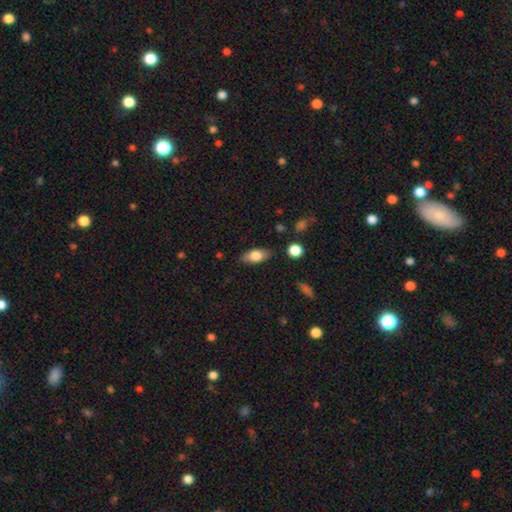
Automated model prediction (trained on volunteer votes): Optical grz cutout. It shows a smooth galaxy with no disk features (76%) that is in between round and cigar-shaped (87%). Merging: none (85%).